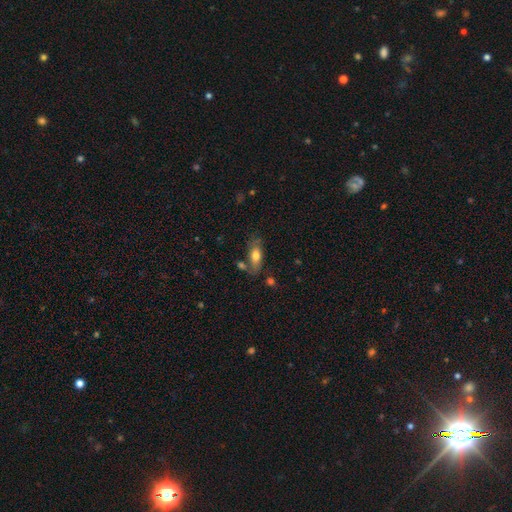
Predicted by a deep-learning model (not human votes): smooth 68%, featured or disk 25%, star or artifact 7%. Down the decision tree: how rounded — in between (80%); merging — none (65%).